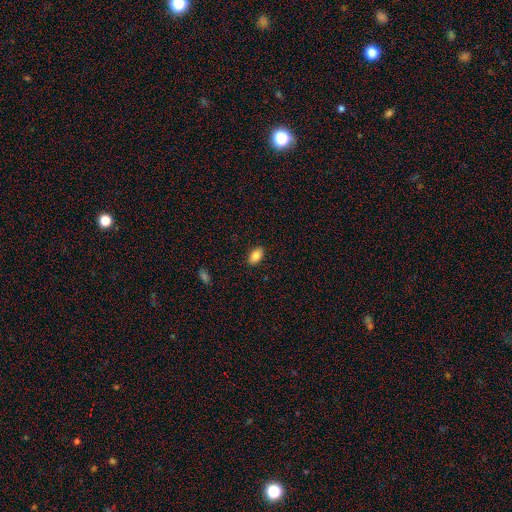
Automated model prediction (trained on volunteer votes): Smooth or featured: smooth — 87% (star or artifact — 8%)
How rounded: in between — 93% (round — 5%)
Merging: none — 88% (minor disturbance — 8%)